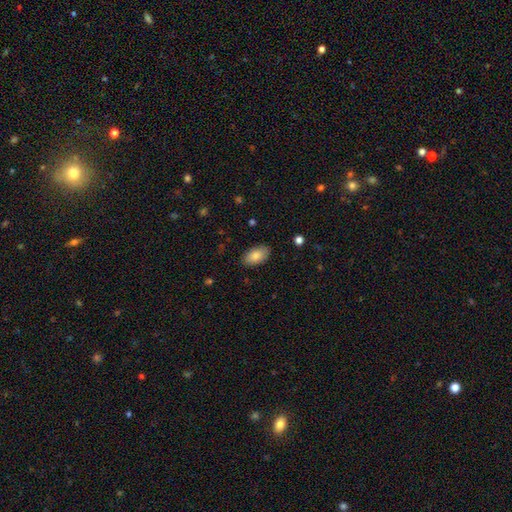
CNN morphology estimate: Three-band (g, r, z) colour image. It shows a smooth galaxy with no disk features (83%) that is in between round and cigar-shaped (94%). Merging: none (86%).